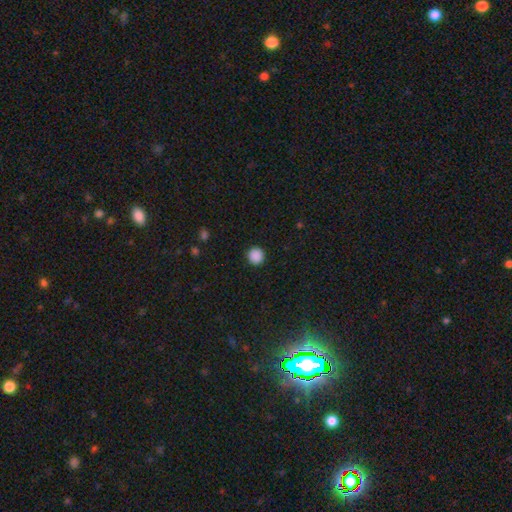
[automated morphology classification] The model was most divided on "smooth or featured": smooth: 88%, star or artifact: 9%, featured or disk: 2%. More confident: how rounded — round (95%); merging — none (92%).